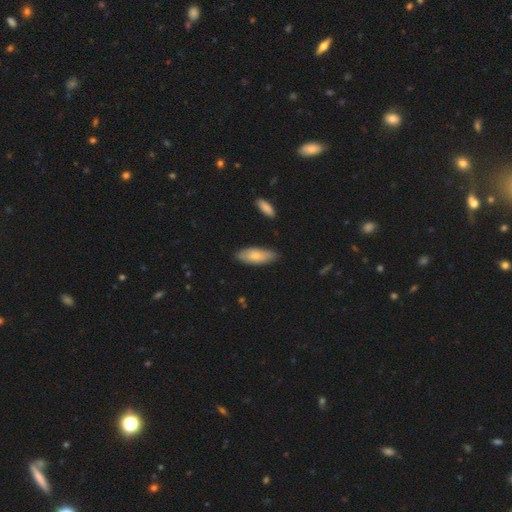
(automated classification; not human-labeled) Morphology: type=smooth (73%); roundness=in between (74%); merging=none (82%).